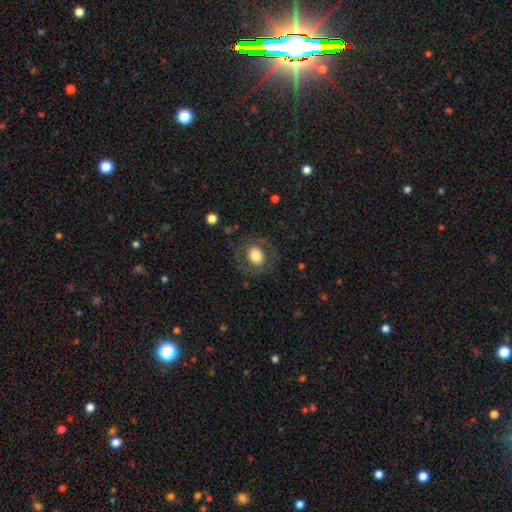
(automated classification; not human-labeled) This appears to be a smooth galaxy with no disk features (64%) that is round (70%). Merging: none (78%).